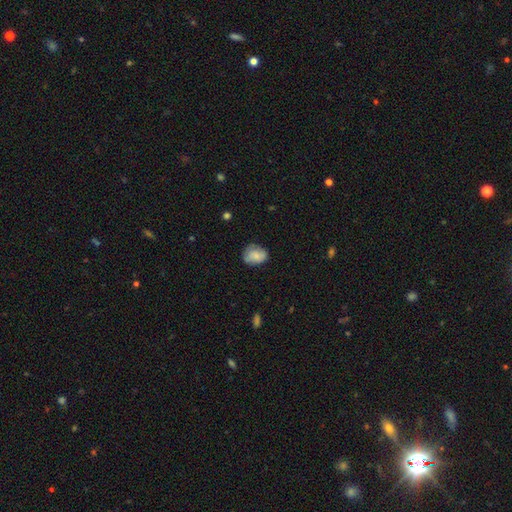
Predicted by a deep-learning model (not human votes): Smooth or featured?
  - smooth: 73% *
  - featured or disk: 19%
  - star or artifact: 8%
How rounded?
  - in between: 57% *
  - round: 42%
  - cigar-shaped: 1%
Merging?
  - none: 63% *
  - minor disturbance: 29%
  - major disturbance: 7%
  - merger: 1%